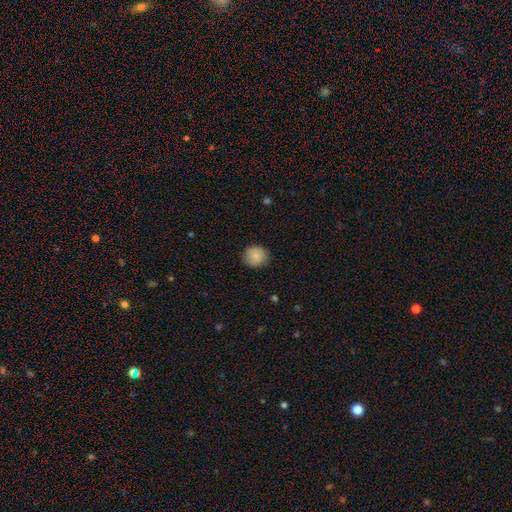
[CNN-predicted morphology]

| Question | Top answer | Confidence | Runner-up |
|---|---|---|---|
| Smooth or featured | smooth | 86% | star or artifact (8%) |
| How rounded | round | 88% | in between (11%) |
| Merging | none | 88% | minor disturbance (9%) |